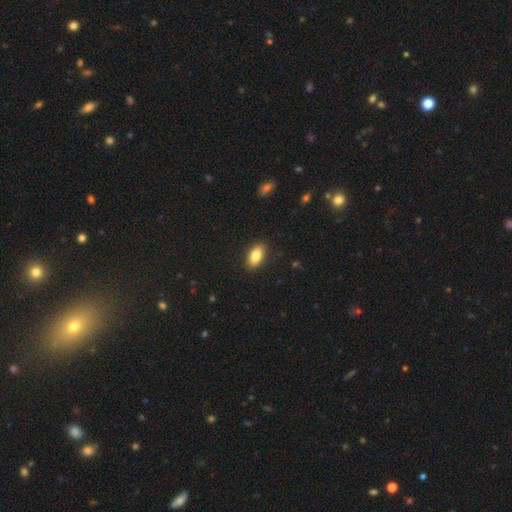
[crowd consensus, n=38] Smooth or featured? 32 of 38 (84%) said smooth. How rounded? 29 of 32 (91%) said in between. Merging? 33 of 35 (94%) said none.